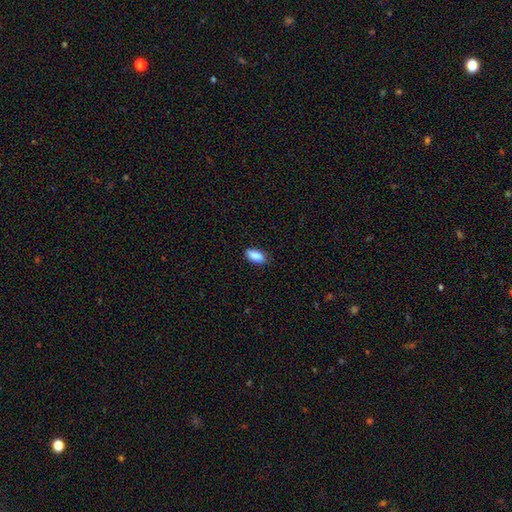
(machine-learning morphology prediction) Smooth or featured? smooth (88%)
How rounded? in between (89%)
Merging? none (81%)